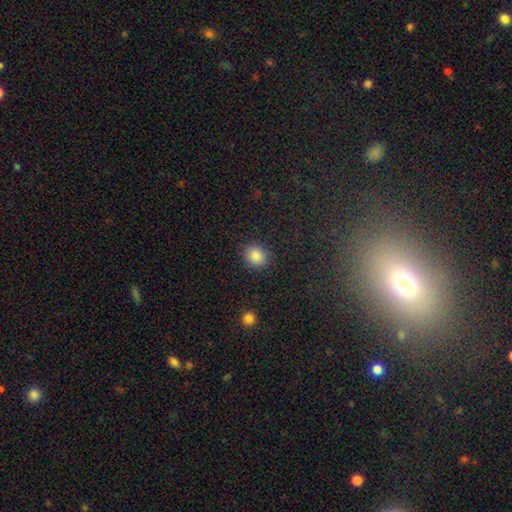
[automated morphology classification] Overall: smooth (87%). How rounded: round (80%). Merging: none (88%).